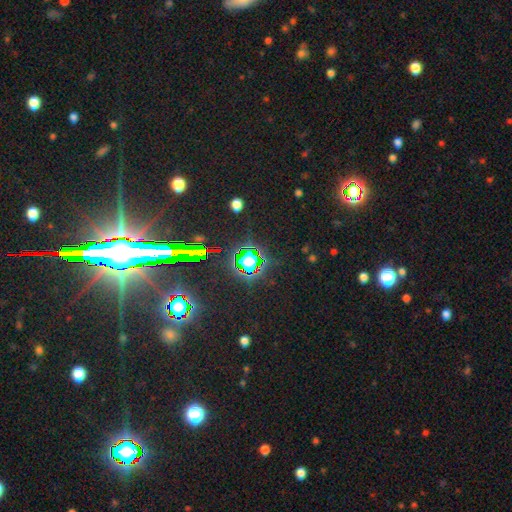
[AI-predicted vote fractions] smooth-or-featured: star or artifact: 83% | smooth: 9% | featured or disk: 8%